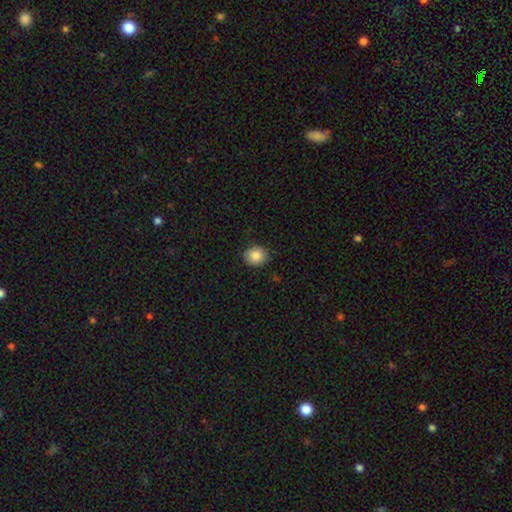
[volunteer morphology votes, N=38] smooth-or-featured: smooth: 92% | featured or disk: 8% | star or artifact: 0%
  how-rounded: round: 66% | in between: 34% | cigar-shaped: 0%
  merging: none: 87% | minor disturbance: 11% | major disturbance: 3% | merger: 0%